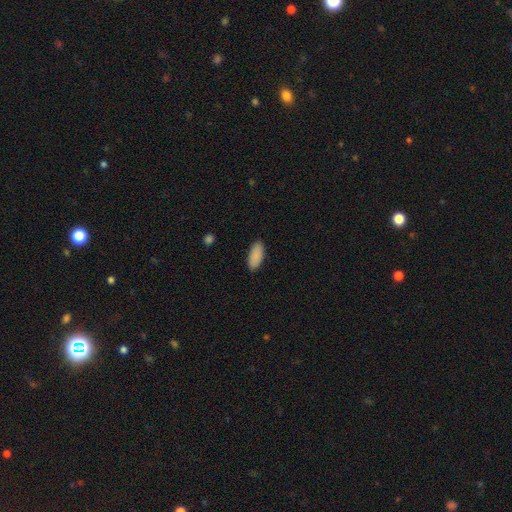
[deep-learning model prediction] Morphology: type=smooth (90%); roundness=in between (87%); merging=none (89%).